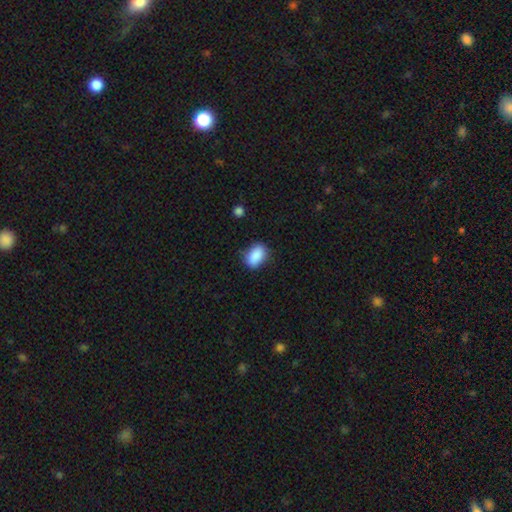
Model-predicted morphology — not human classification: A smooth galaxy with no disk features (89%) that is in between round and cigar-shaped (86%).

Vote fractions:
- Smooth or featured? smooth: 89% / star or artifact: 7% / featured or disk: 4%
- How rounded? in between: 86% / round: 13% / cigar-shaped: 2%
- Merging? none: 77% / minor disturbance: 17% / major disturbance: 4% / merger: 2%